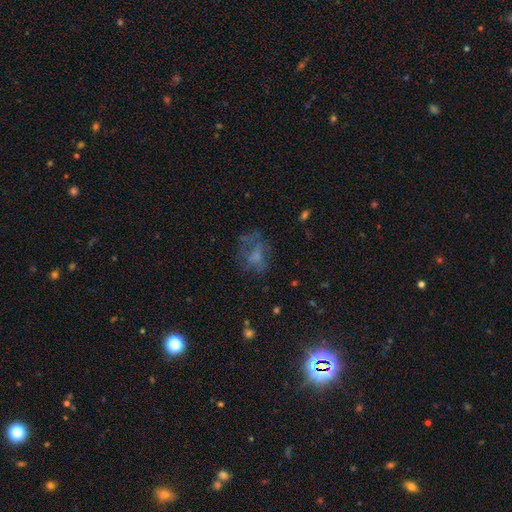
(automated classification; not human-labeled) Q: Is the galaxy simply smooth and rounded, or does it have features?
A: smooth — 43%.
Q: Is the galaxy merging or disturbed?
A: none — 46%.